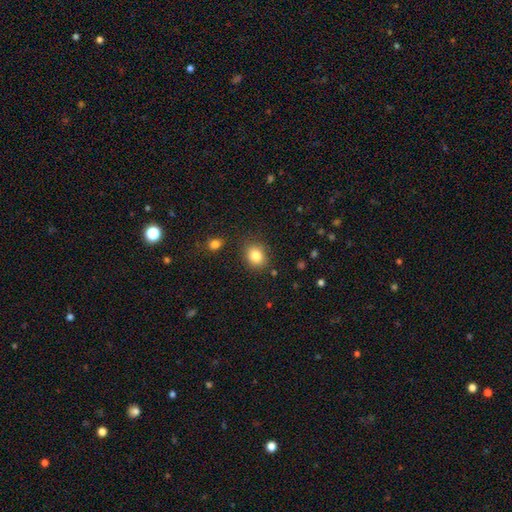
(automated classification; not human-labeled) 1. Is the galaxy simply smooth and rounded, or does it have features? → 83% smooth, 10% star or artifact, 7% featured or disk.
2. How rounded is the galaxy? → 62% round, 37% in between, 1% cigar-shaped.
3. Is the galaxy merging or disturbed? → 83% none, 11% minor disturbance, 3% major disturbance, 3% merger.